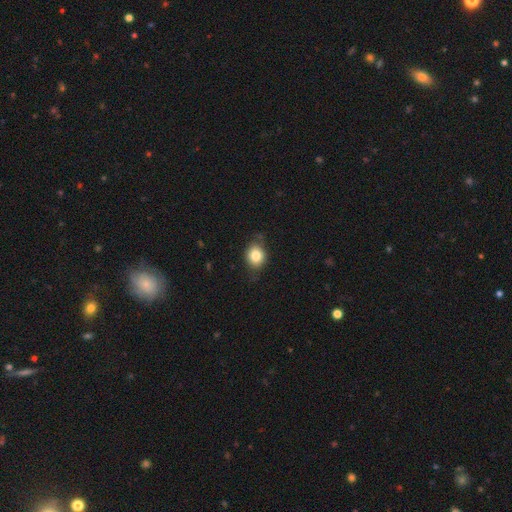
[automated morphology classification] type=smooth (82%); roundness=round (57%); merging=none (76%).